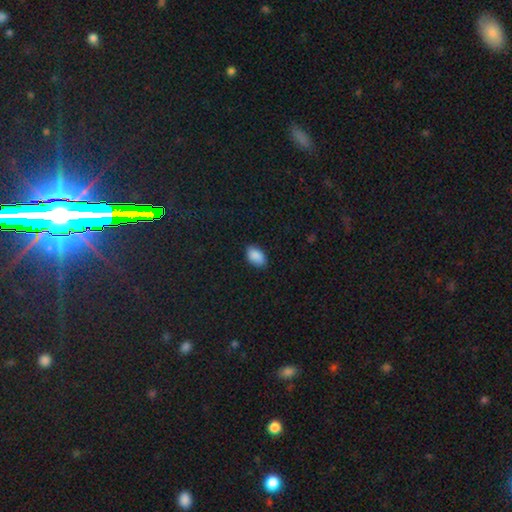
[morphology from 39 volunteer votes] smooth-or-featured: smooth: 90% | star or artifact: 10% | featured or disk: 0%
  how-rounded: in between: 91% | round: 9% | cigar-shaped: 0%
  merging: none: 77% | minor disturbance: 17% | major disturbance: 6% | merger: 0%